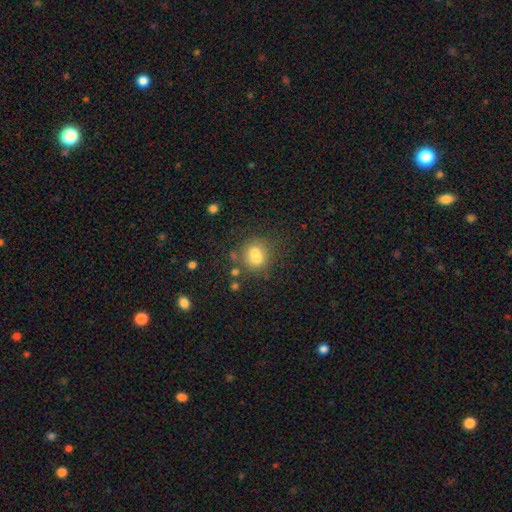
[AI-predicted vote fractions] A smooth galaxy with no disk features (65%) that is round (83%). Merging: merger (46%).